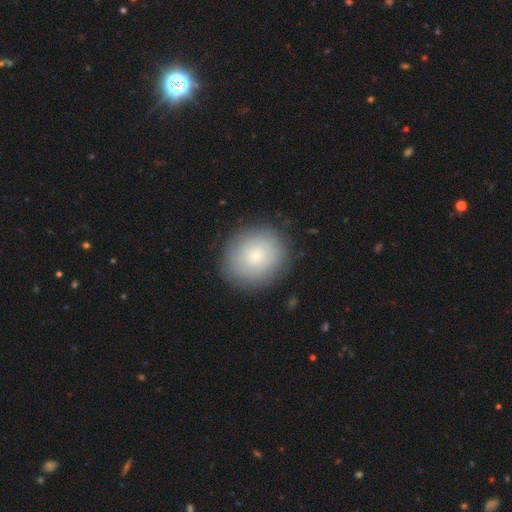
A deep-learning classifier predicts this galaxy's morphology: smooth_or_featured: smooth (p=0.74) [alt: featured or disk p=0.17]
how_rounded: round (p=0.79) [alt: in between p=0.20]
merging: none (p=0.87) [alt: minor disturbance p=0.09]